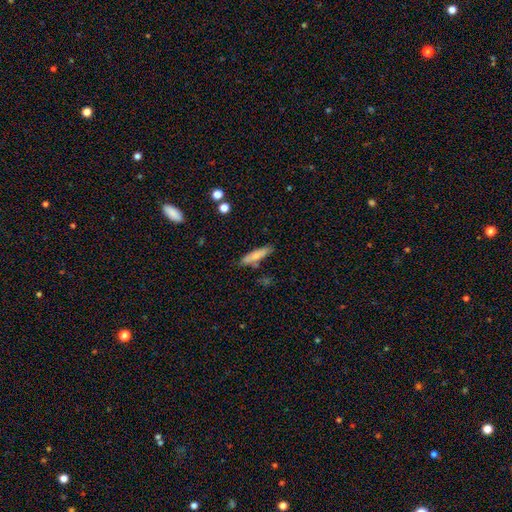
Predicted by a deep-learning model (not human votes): Smooth or featured?
  - smooth: 75% *
  - featured or disk: 18%
  - star or artifact: 7%
How rounded?
  - cigar-shaped: 75% *
  - in between: 23%
  - round: 2%
Merging?
  - none: 74% *
  - minor disturbance: 15%
  - merger: 7%
  - major disturbance: 3%